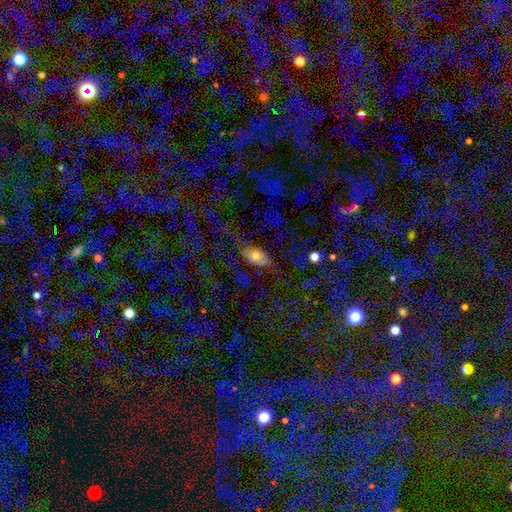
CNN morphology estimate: smooth_or_featured: smooth (p=0.58) [alt: featured or disk p=0.30]
how_rounded: in between (p=0.82) [alt: round p=0.10]
merging: none (p=0.61) [alt: minor disturbance p=0.21]